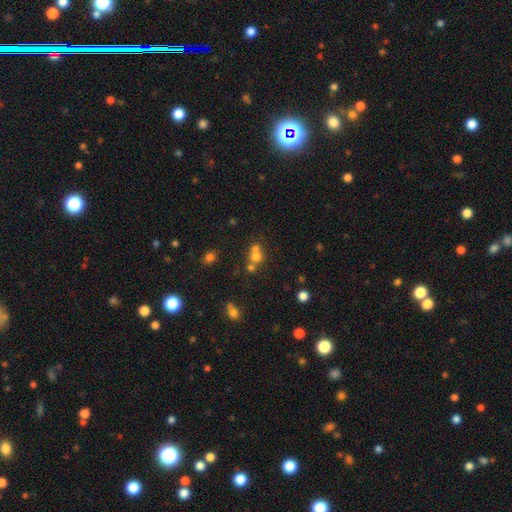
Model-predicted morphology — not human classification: smooth 66%, star or artifact 18%, featured or disk 16%. Down the decision tree: how rounded — round (79%); merging — merger (53%).